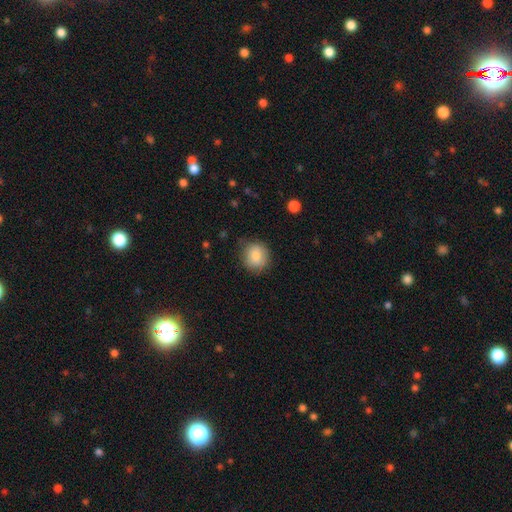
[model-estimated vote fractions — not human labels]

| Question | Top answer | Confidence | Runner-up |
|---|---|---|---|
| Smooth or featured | smooth | 84% | featured or disk (8%) |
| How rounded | round | 84% | in between (15%) |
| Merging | none | 77% | minor disturbance (17%) |